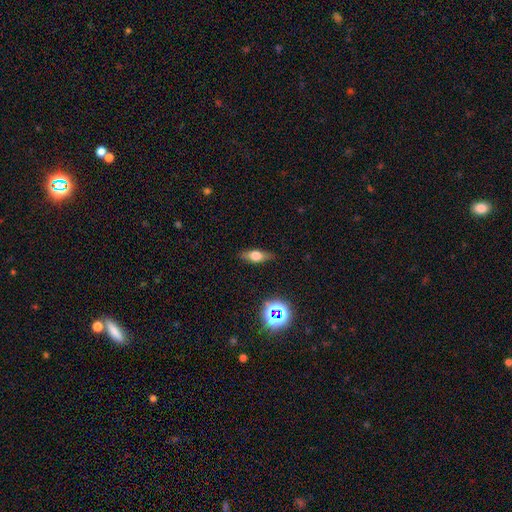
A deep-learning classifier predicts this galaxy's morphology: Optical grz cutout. It shows a smooth galaxy with no disk features (54%) that is in between round and cigar-shaped (62%). Merging: none (84%).